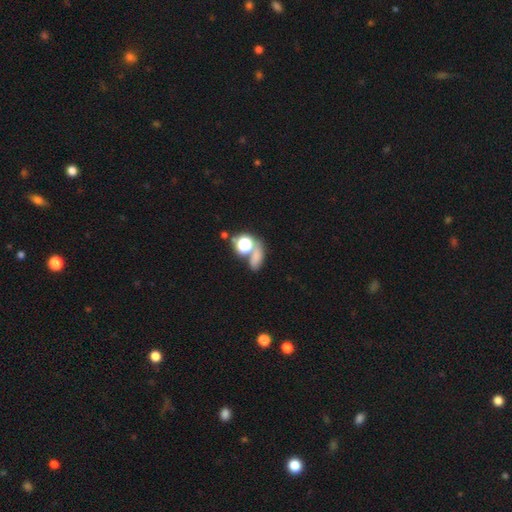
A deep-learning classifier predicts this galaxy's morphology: smooth 60%, star or artifact 29%, featured or disk 12%. Down the decision tree: how rounded — in between (53%); merging — none (47%).